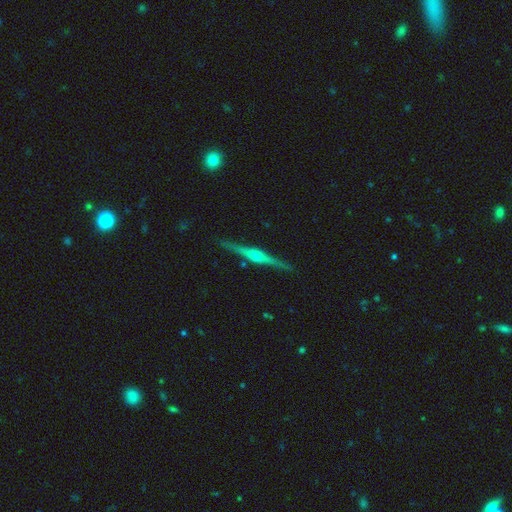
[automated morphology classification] Overall: featured or disk (80%). Edge-on disk: yes (98%). Edge-on bulge: rounded (75%). Merging: none (89%).